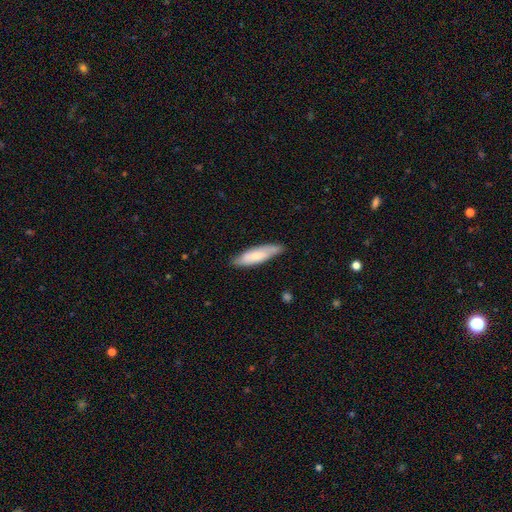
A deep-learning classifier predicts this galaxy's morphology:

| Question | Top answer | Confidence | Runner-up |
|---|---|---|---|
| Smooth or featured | smooth | 67% | featured or disk (27%) |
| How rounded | cigar-shaped | 62% | in between (37%) |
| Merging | none | 79% | minor disturbance (18%) |